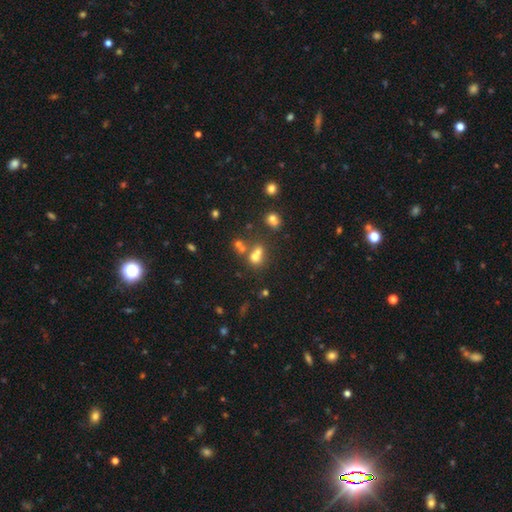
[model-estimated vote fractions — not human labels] The model was most divided on "merging": merger: 49%, none: 37%, minor disturbance: 9%, major disturbance: 5%. More confident: how rounded — round (71%); smooth or featured — smooth (59%).